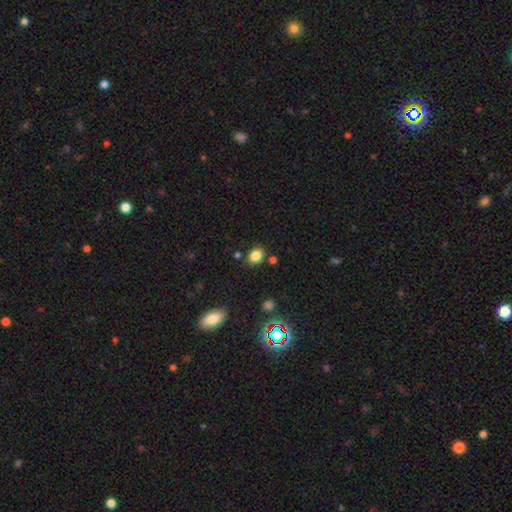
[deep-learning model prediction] smooth-or-featured: smooth: 82% | star or artifact: 13% | featured or disk: 6%
  how-rounded: in between: 53% | round: 46% | cigar-shaped: 1%
  merging: none: 82% | minor disturbance: 10% | merger: 5% | major disturbance: 3%